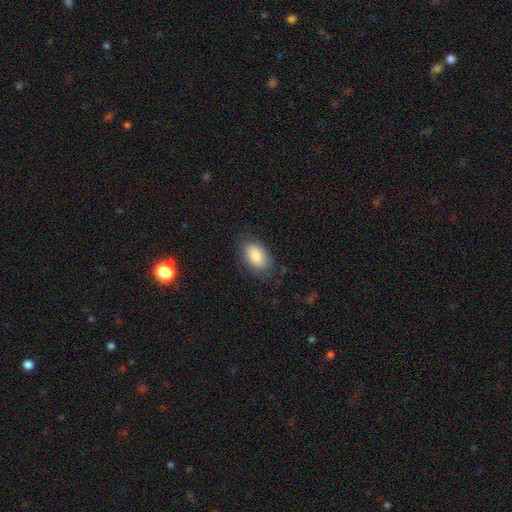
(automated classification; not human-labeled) Overall: smooth (85%). How rounded: in between (93%). Merging: none (77%).